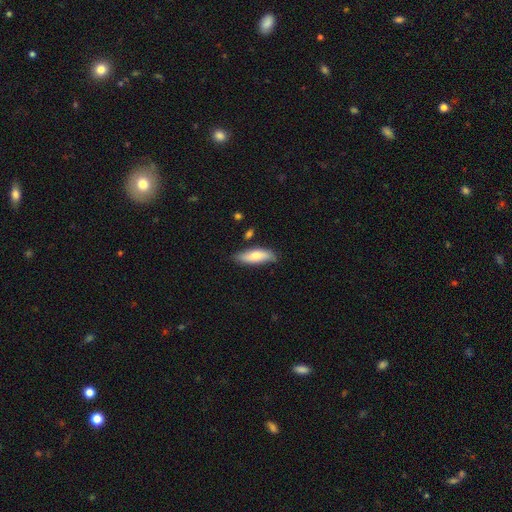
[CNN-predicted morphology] Smooth or featured: smooth — 71% (featured or disk — 23%)
How rounded: in between — 58% (cigar-shaped — 40%)
Merging: none — 77% (minor disturbance — 17%)